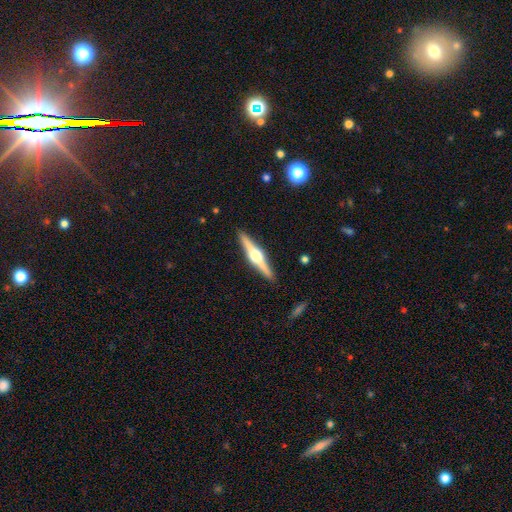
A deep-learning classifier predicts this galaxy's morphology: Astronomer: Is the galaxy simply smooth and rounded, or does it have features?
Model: featured or disk — 78%.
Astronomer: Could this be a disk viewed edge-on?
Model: yes — 98%.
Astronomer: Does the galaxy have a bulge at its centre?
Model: rounded — 95%.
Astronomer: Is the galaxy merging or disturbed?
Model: none — 91%.